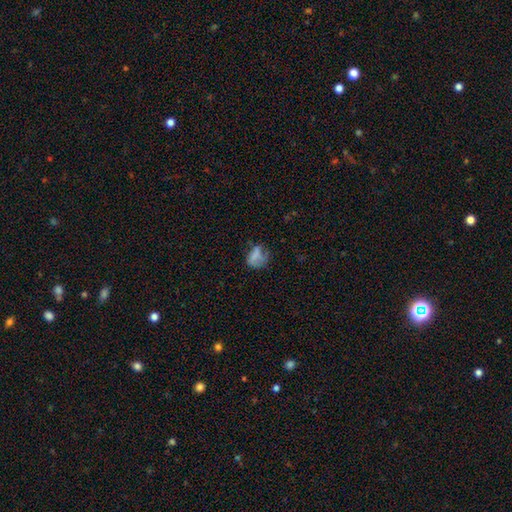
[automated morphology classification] A smooth galaxy with no disk features (61%) that is in between round and cigar-shaped (59%).

Vote fractions:
- Smooth or featured? smooth: 61% / featured or disk: 26% / star or artifact: 13%
- How rounded? in between: 59% / round: 38% / cigar-shaped: 2%
- Merging? none: 37% / major disturbance: 31% / minor disturbance: 28% / merger: 5%